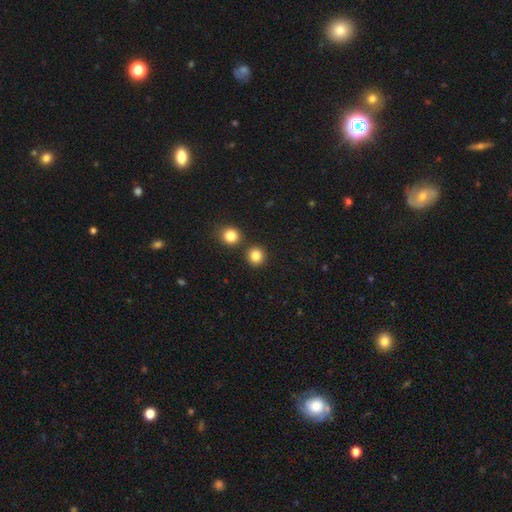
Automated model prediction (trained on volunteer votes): A smooth galaxy with no disk features (84%) that is round (92%).

Vote fractions:
- Smooth or featured? smooth: 84% / star or artifact: 11% / featured or disk: 5%
- How rounded? round: 92% / in between: 7% / cigar-shaped: 1%
- Merging? none: 84% / merger: 8% / minor disturbance: 5% / major disturbance: 2%